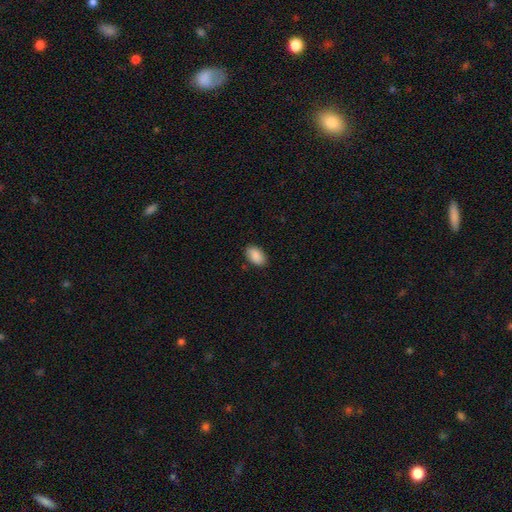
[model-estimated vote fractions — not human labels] Q: Smooth or featured?
A: smooth (89%); runner-up: star or artifact (7%)
Q: How rounded?
A: in between (93%); runner-up: round (5%)
Q: Merging?
A: none (86%); runner-up: minor disturbance (10%)